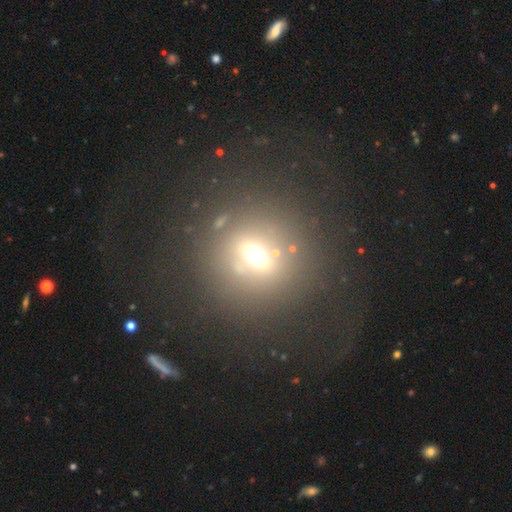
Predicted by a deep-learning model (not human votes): smooth_or_featured: smooth (p=0.49) [alt: featured or disk p=0.26]
merging: none (p=0.74) [alt: minor disturbance p=0.11]